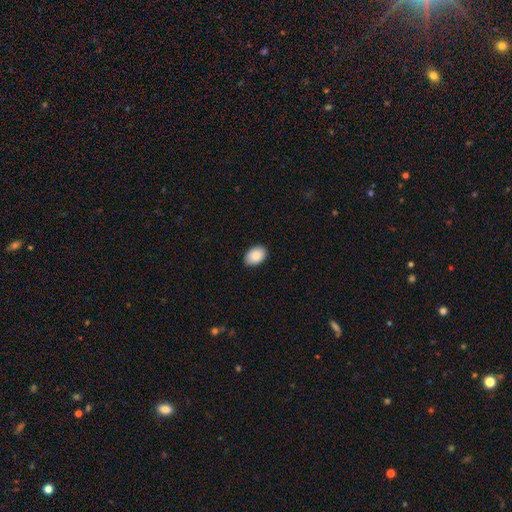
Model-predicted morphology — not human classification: smooth_or_featured: smooth (p=0.89) [alt: star or artifact p=0.07]
how_rounded: in between (p=0.86) [alt: round p=0.13]
merging: none (p=0.88) [alt: minor disturbance p=0.10]